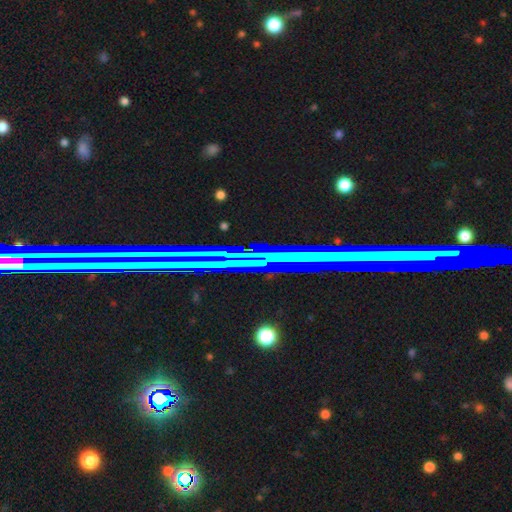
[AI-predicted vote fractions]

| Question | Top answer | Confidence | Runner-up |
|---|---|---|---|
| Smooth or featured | star or artifact | 73% | featured or disk (15%) |